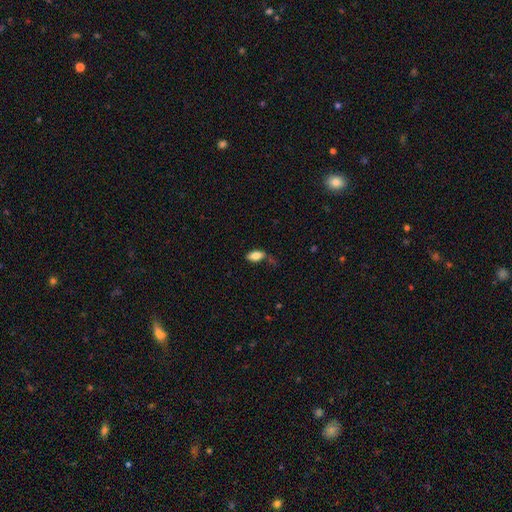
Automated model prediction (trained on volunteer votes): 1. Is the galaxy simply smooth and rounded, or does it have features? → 79% smooth, 14% featured or disk, 7% star or artifact.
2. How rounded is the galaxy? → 89% in between, 8% cigar-shaped, 4% round.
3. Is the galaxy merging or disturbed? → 56% none, 26% minor disturbance, 12% major disturbance, 6% merger.